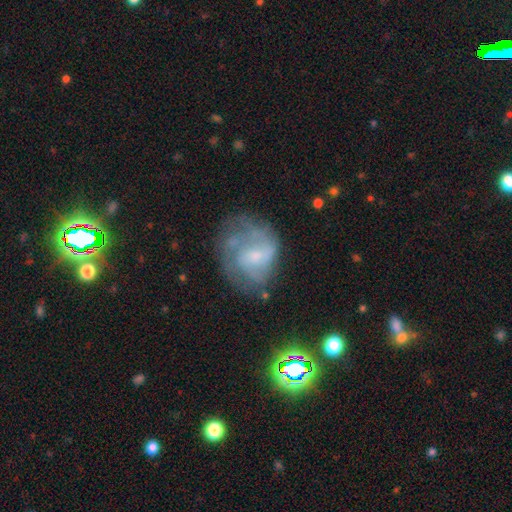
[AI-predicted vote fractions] Morphology: type=featured or disk (65%); edge-on=no (98%); bar=no (57%); spiral arms=yes (75%); bulge=small (46%); merging=none (49%).